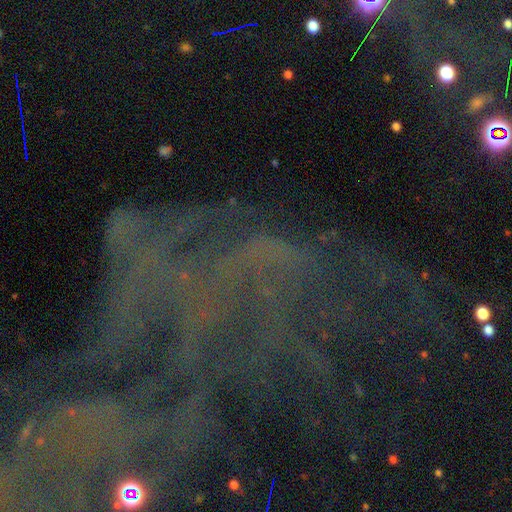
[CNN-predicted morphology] This appears to be a star or artifact, not a galaxy (55%).